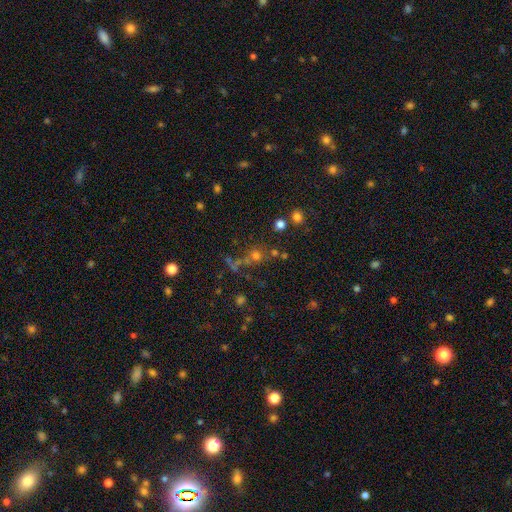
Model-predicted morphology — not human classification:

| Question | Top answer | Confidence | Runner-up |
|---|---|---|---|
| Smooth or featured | smooth | 58% | star or artifact (30%) |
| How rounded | round | 88% | in between (10%) |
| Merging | none | 61% | merger (23%) |